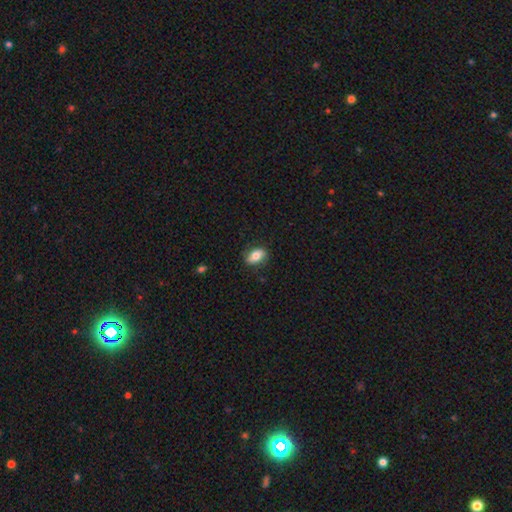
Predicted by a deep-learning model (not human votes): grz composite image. It shows a smooth galaxy with no disk features (69%) that is in between round and cigar-shaped (85%). Merging: none (78%).